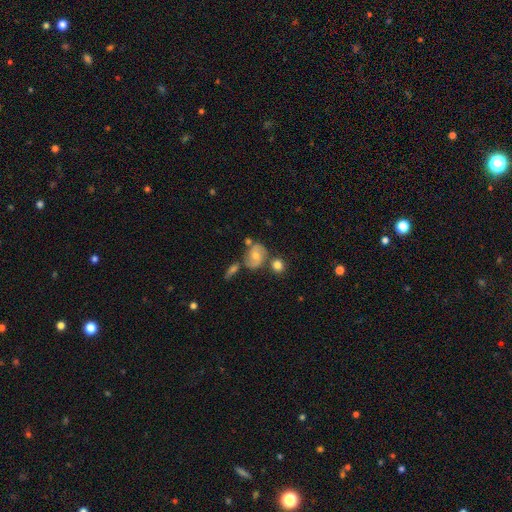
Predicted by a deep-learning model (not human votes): Smooth or featured?
  - featured or disk: 56% *
  - smooth: 34%
  - star or artifact: 10%
Edge-on disk?
  - no: 96% *
  - yes: 4%
Bar?
  - no: 60% *
  - weak: 34%
  - strong: 7%
Spiral arms?
  - yes: 86% *
  - no: 14%
Bulge size?
  - moderate: 51% *
  - small: 41%
  - none: 3%
  - large: 3%
  - dominant: 1%
Merging?
  - none: 54% *
  - minor disturbance: 19%
  - merger: 19%
  - major disturbance: 8%